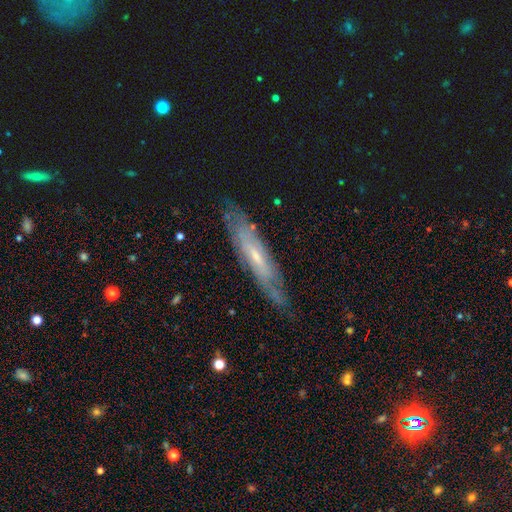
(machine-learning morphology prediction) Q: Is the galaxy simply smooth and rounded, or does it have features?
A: featured or disk — 70%.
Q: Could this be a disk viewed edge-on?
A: yes — 51%.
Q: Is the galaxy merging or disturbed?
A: none — 76%.